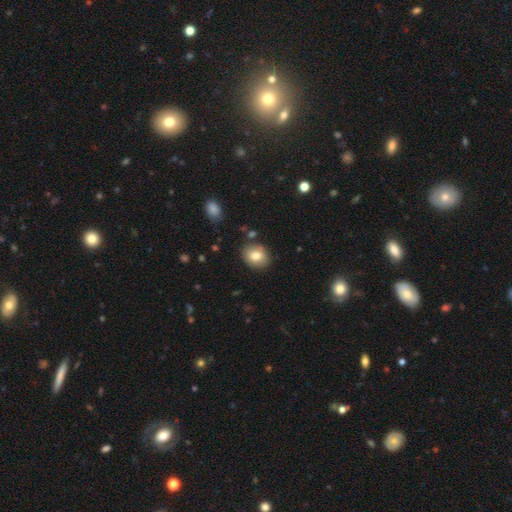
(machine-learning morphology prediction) Smooth or featured? smooth (78%)
How rounded? round (57%)
Merging? none (84%)